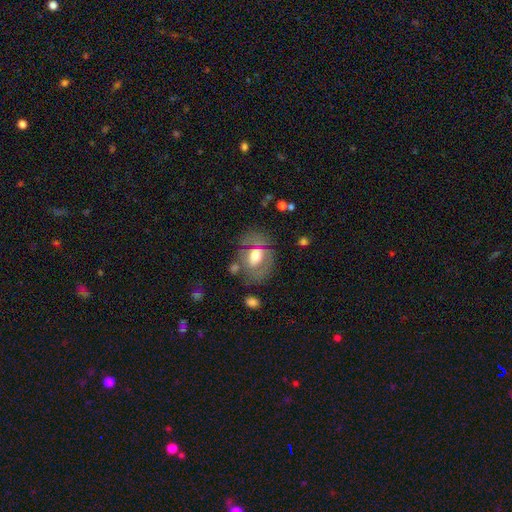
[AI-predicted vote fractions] Smooth or featured?
  - smooth: 49% *
  - featured or disk: 41%
  - star or artifact: 9%
Merging?
  - none: 54% *
  - minor disturbance: 23%
  - major disturbance: 16%
  - merger: 8%